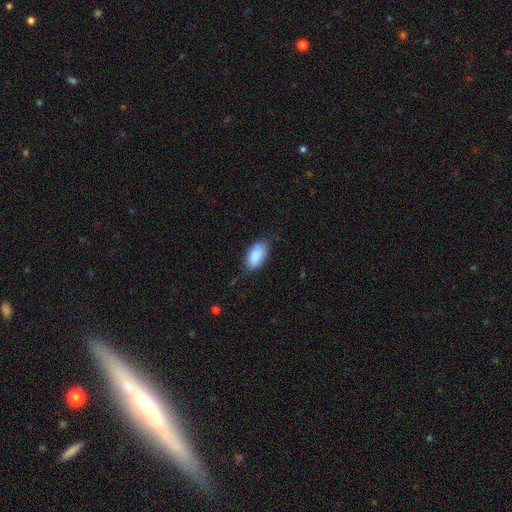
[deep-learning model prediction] Morphology: type=smooth (87%); roundness=in between (94%); merging=none (67%).